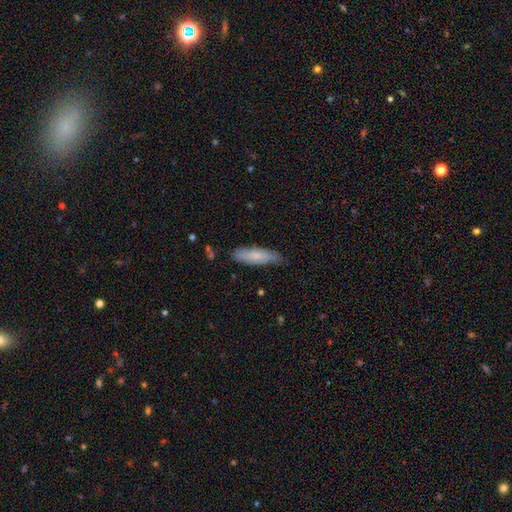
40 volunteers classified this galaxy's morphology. This appears to be a smooth galaxy with no disk features (78%) that is cigar-shaped (55%). Merging: none (64%).